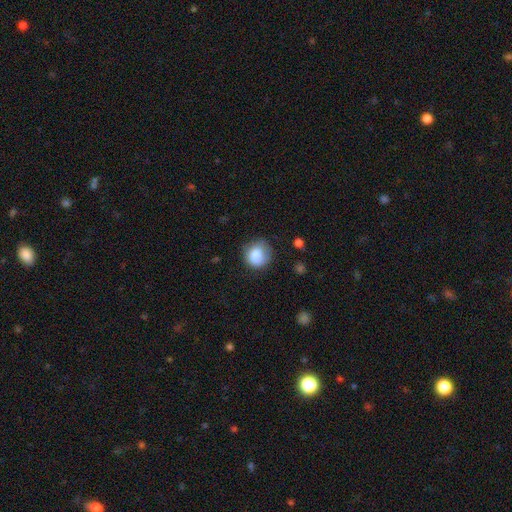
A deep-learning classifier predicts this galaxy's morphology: The model was most divided on "merging": none: 63%, minor disturbance: 26%, major disturbance: 9%, merger: 2%. More confident: smooth or featured — smooth (81%); how rounded — round (78%).